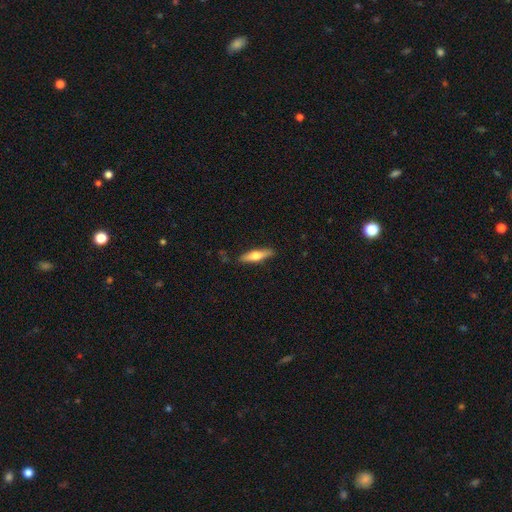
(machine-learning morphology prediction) smooth_or_featured: smooth (p=0.49) [alt: featured or disk p=0.45]
merging: none (p=0.87) [alt: minor disturbance p=0.09]